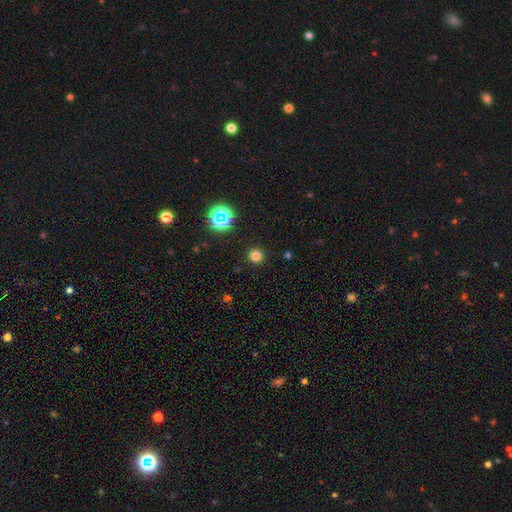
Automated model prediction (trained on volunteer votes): Smooth or featured? smooth (76%)
How rounded? round (95%)
Merging? none (91%)